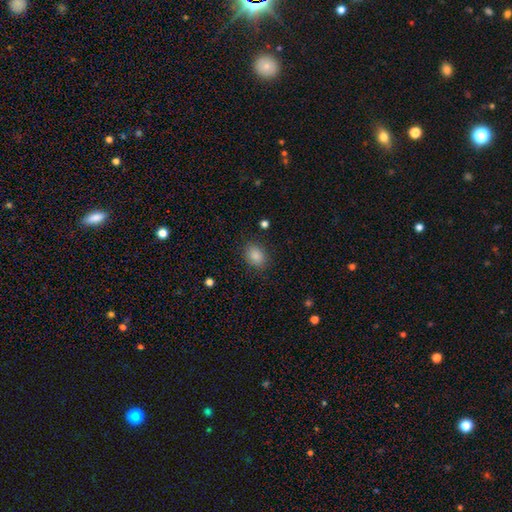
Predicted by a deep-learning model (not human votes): Overall: smooth (87%). How rounded: in between (64%; round 35%). Merging: none (85%).